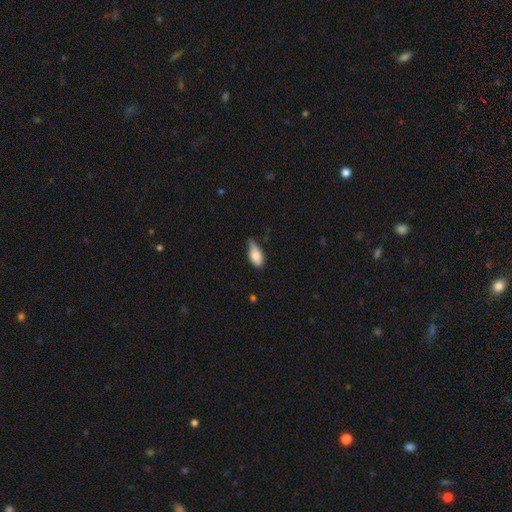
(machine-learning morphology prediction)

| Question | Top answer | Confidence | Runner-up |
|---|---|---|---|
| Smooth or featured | smooth | 81% | featured or disk (12%) |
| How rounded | in between | 87% | cigar-shaped (9%) |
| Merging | minor disturbance | 50% | none (34%) |